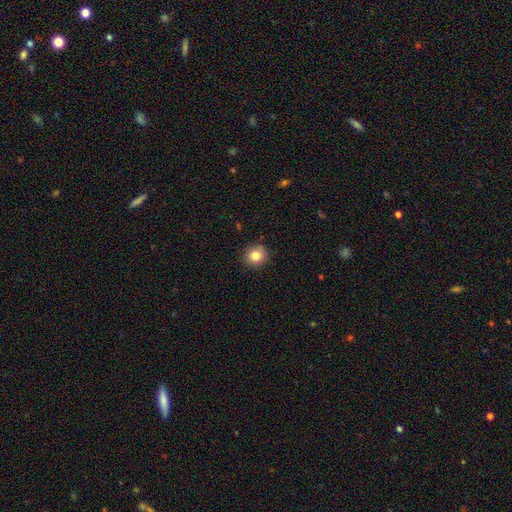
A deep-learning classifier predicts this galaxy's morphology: Smooth or featured: smooth — 82% (star or artifact — 10%)
How rounded: round — 85% (in between — 14%)
Merging: none — 88% (minor disturbance — 9%)